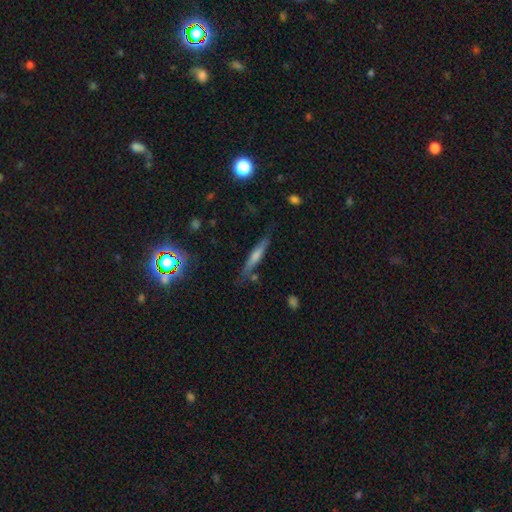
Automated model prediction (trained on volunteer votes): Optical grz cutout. It shows a smooth galaxy with no disk features (45%). Merging: none (78%).